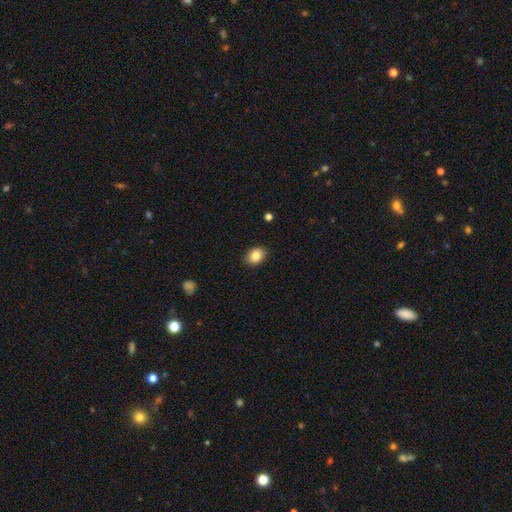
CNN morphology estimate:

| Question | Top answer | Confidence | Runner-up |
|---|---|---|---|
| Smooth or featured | smooth | 86% | star or artifact (8%) |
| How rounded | in between | 69% | round (31%) |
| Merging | none | 89% | minor disturbance (8%) |